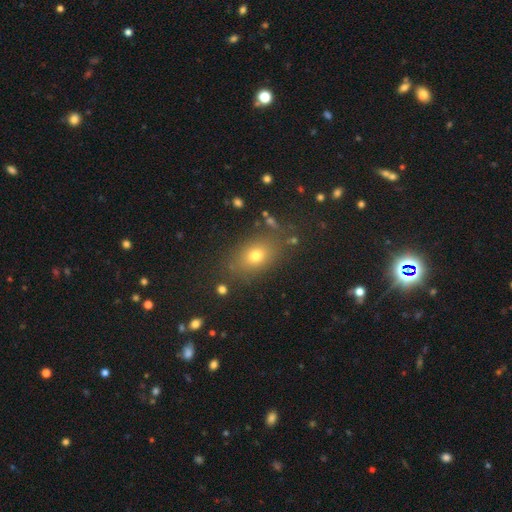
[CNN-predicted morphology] Smooth or featured? Predicted: smooth (p=0.71). How rounded? Predicted: in between (p=0.70). Merging? Predicted: none (p=0.82).